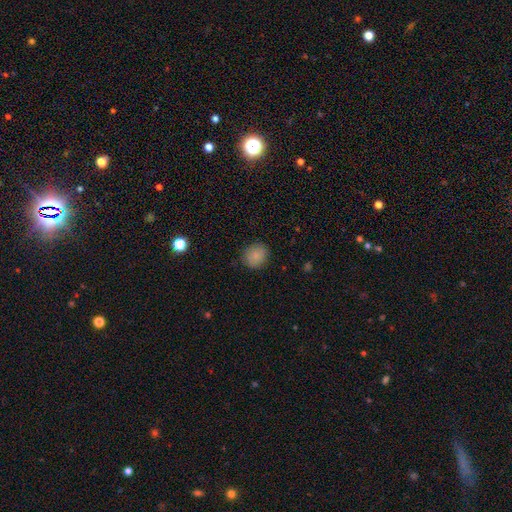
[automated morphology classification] Smooth or featured? Predicted: smooth (p=0.85). How rounded? Predicted: round (p=0.75). Merging? Predicted: none (p=0.85).